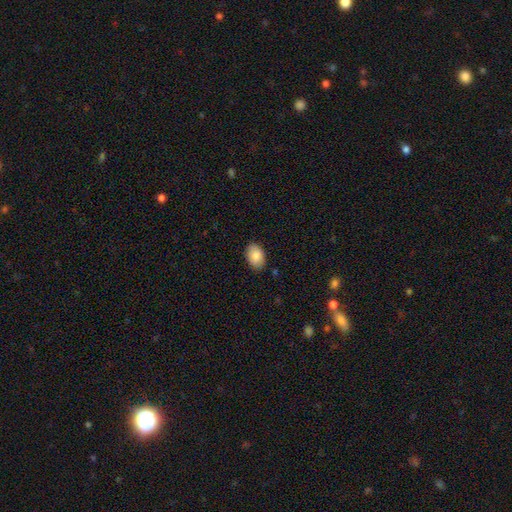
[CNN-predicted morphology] This is clearly a smooth galaxy (86%). How rounded: clearly in between (88%). Merging: clearly none (87%).